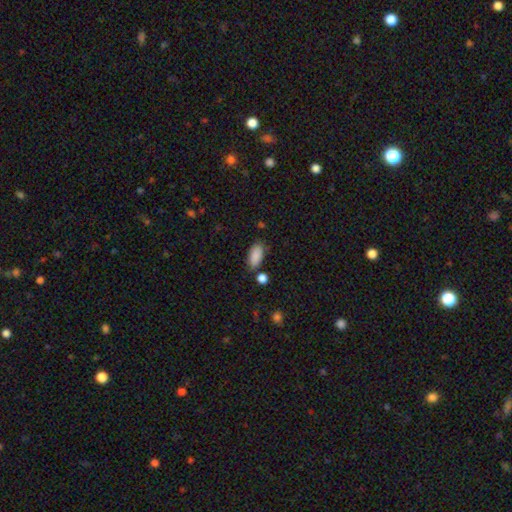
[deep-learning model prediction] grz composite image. It shows a smooth galaxy with no disk features (88%) that is in between round and cigar-shaped (92%). Merging: none (75%).